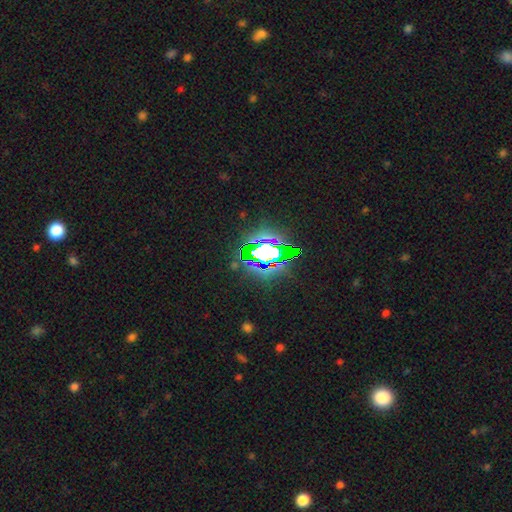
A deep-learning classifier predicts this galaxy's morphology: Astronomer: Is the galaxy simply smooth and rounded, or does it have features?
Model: star or artifact — 77%.